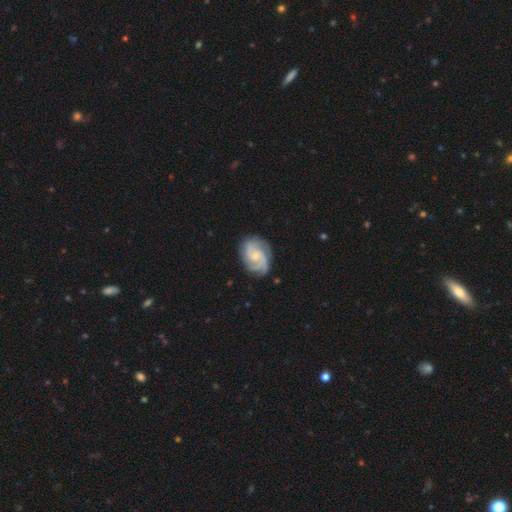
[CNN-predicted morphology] This appears to be a featured or disk galaxy (89%) with no bar (60%), 3 (47%) tight (50%) spiral arms (98%) and a small central bulge (62%). Merging: none (79%).